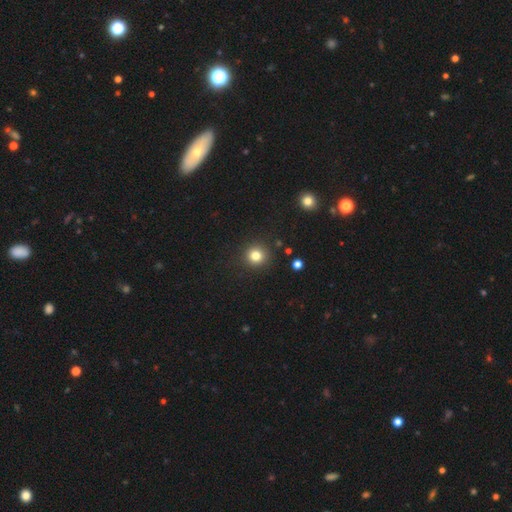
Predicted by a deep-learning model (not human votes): Q: Smooth or featured?
A: smooth (81%); runner-up: star or artifact (13%)
Q: How rounded?
A: round (93%); runner-up: in between (6%)
Q: Merging?
A: none (90%); runner-up: minor disturbance (6%)